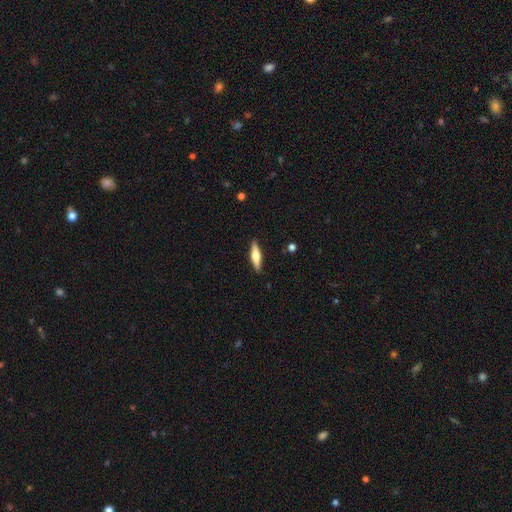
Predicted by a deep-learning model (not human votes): Smooth or featured: smooth — 48% (featured or disk — 47%)
Merging: none — 89% (minor disturbance — 8%)